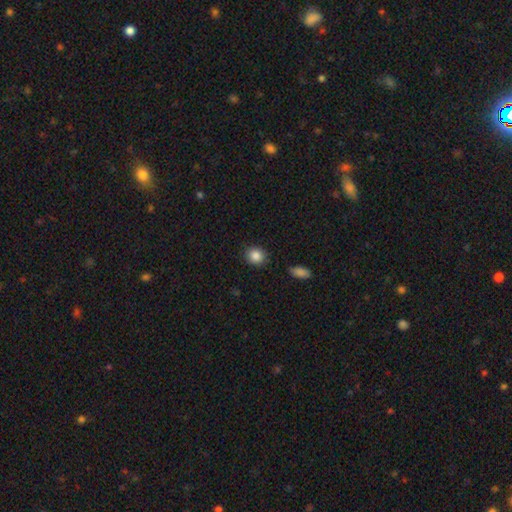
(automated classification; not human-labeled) smooth 87%, star or artifact 9%, featured or disk 4%. Down the decision tree: how rounded — round (78%); merging — none (87%).